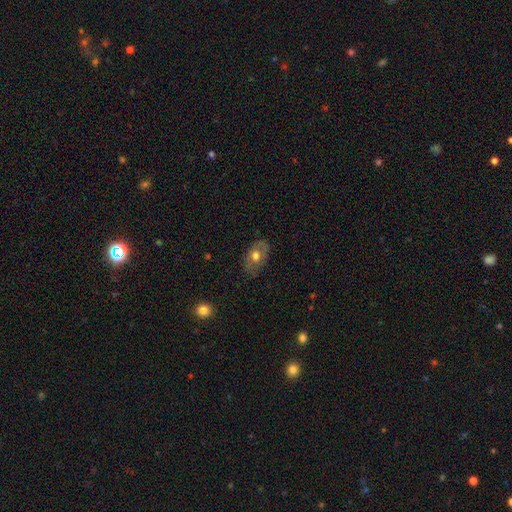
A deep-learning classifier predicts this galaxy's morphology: The model was most divided on "smooth or featured": smooth: 52%, featured or disk: 40%, star or artifact: 8%. More confident: how rounded — in between (81%); merging — none (75%).